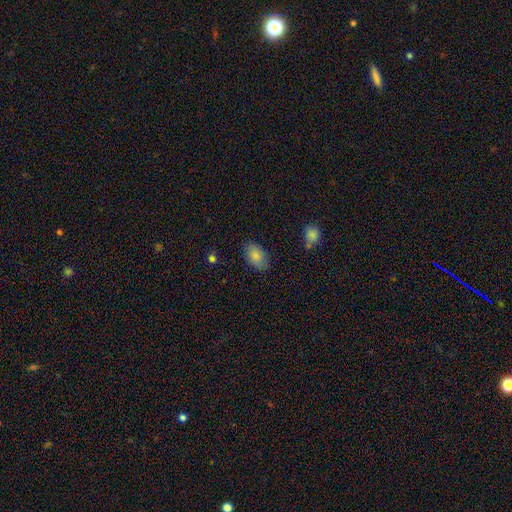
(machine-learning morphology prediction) This appears to be a smooth galaxy with no disk features (85%) that is in between round and cigar-shaped (90%). Merging: none (82%).